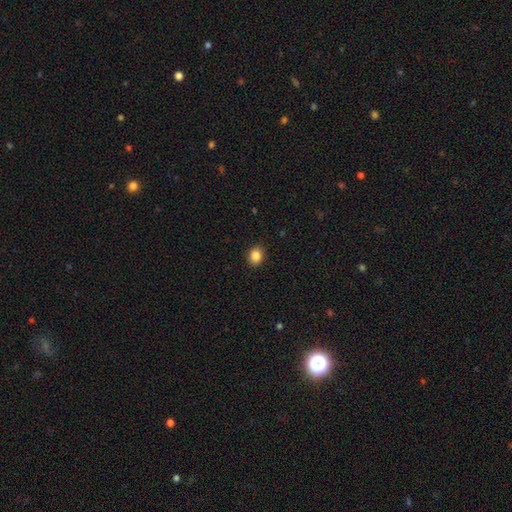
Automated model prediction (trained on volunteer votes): Smooth or featured? Predicted: smooth (p=0.86). How rounded? Predicted: round (p=0.63). Merging? Predicted: none (p=0.90).